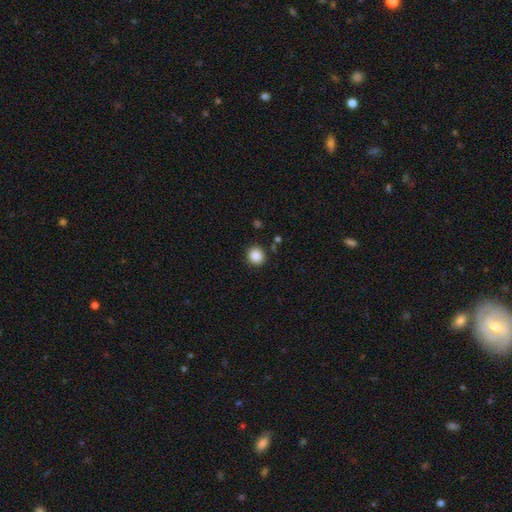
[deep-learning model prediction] smooth 87%, star or artifact 10%, featured or disk 4%. Down the decision tree: how rounded — round (89%); merging — none (89%).